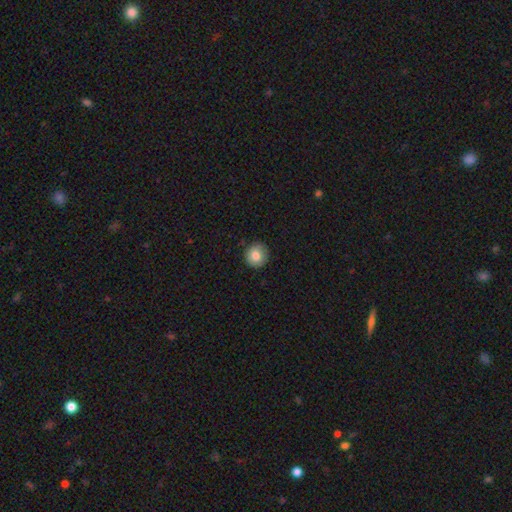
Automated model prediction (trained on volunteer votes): Smooth or featured?
  - smooth: 80% *
  - featured or disk: 11%
  - star or artifact: 9%
How rounded?
  - round: 93% *
  - in between: 6%
  - cigar-shaped: 1%
Merging?
  - none: 89% *
  - minor disturbance: 9%
  - major disturbance: 2%
  - merger: 1%